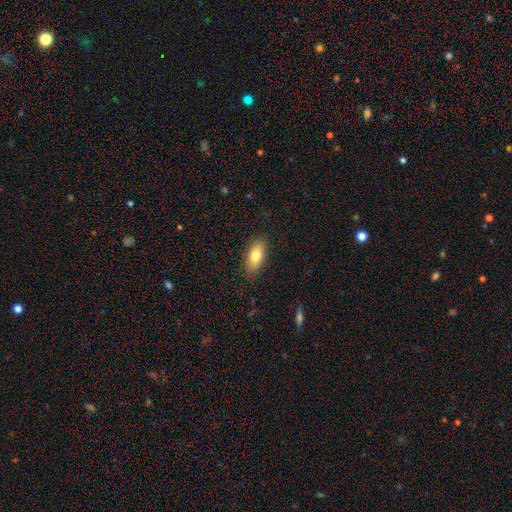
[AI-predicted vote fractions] A smooth galaxy with no disk features (78%) that is in between round and cigar-shaped (85%). Merging: none (87%).